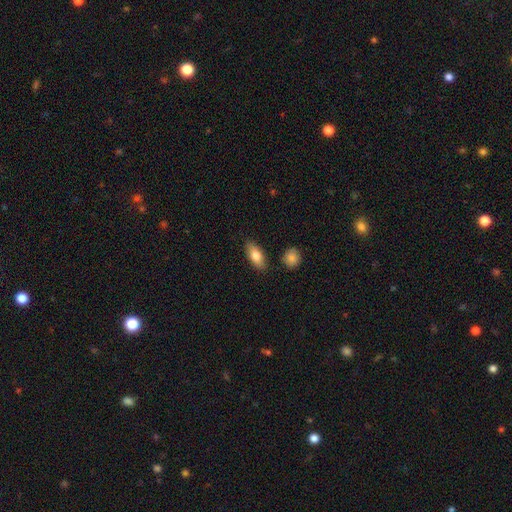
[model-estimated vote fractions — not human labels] Smooth or featured? smooth (78%)
How rounded? in between (83%)
Merging? none (85%)